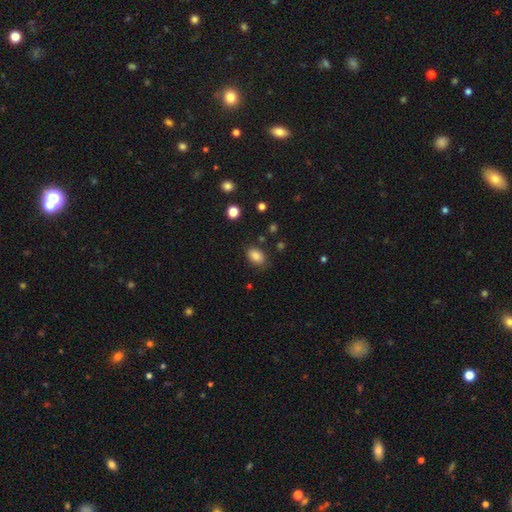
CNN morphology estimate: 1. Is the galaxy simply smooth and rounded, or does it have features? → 85% smooth, 9% star or artifact, 6% featured or disk.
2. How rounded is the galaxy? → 84% in between, 14% round, 1% cigar-shaped.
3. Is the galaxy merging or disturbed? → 78% none, 16% minor disturbance, 4% major disturbance, 2% merger.